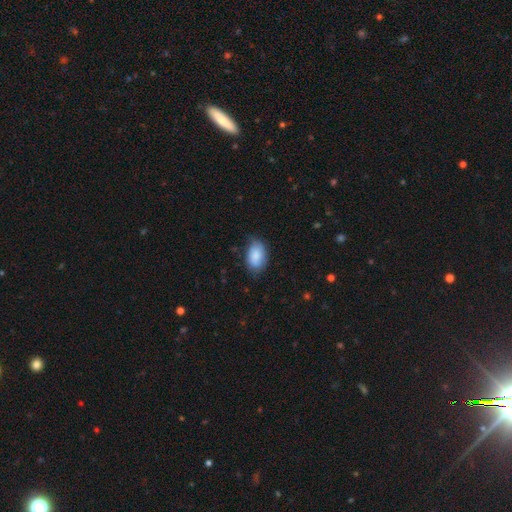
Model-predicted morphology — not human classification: A smooth galaxy with no disk features (84%) that is in between round and cigar-shaped (90%). Merging: none (72%).